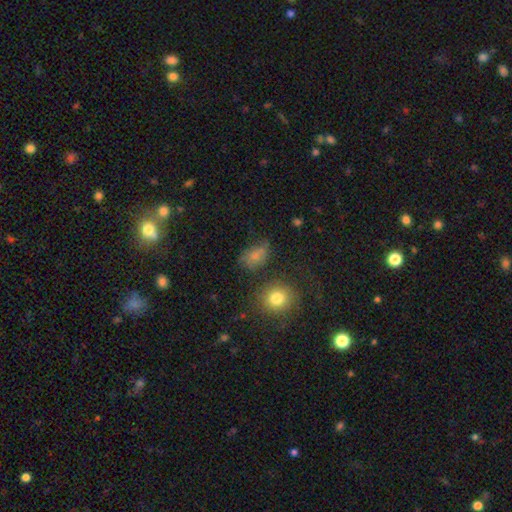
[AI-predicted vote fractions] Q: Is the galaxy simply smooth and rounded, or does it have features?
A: smooth — 67%.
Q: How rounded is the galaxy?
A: in between — 68%.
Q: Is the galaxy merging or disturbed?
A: none — 56%.